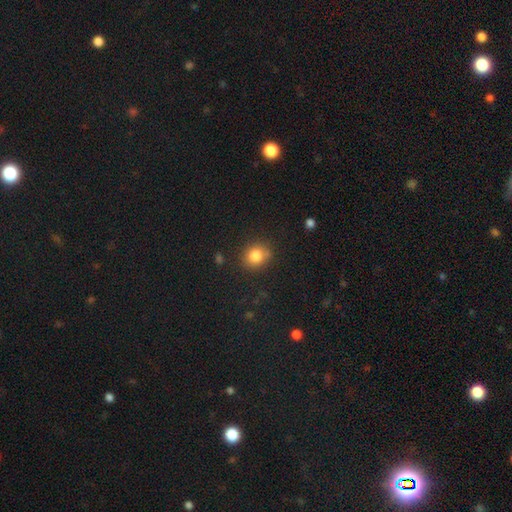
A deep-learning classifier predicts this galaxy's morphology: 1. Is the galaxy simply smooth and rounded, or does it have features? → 83% smooth, 11% star or artifact, 7% featured or disk.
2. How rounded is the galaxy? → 81% round, 18% in between, 1% cigar-shaped.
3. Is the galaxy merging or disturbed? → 80% none, 13% minor disturbance, 4% merger, 3% major disturbance.